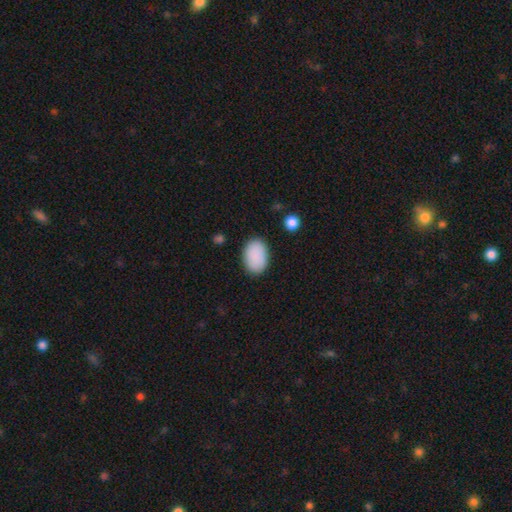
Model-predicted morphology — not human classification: This appears to be a smooth galaxy with no disk features (89%) that is in between round and cigar-shaped (88%). Merging: none (85%).